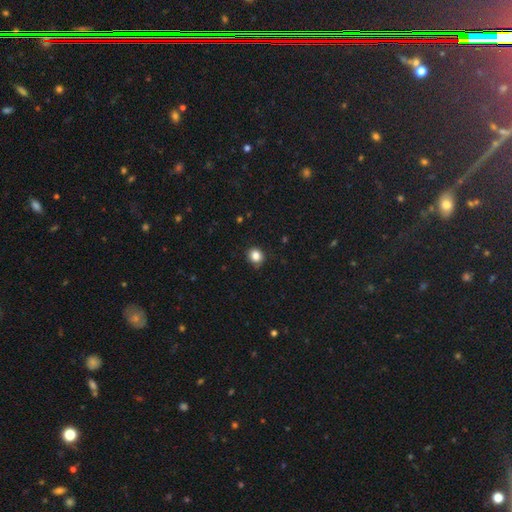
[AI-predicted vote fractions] Morphology: type=smooth (85%); roundness=round (81%); merging=none (86%).